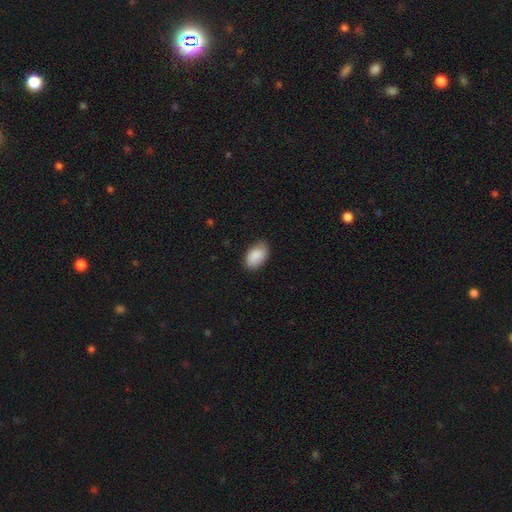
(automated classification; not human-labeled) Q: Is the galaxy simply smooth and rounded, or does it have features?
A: smooth — 87%.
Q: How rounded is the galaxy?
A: in between — 93%.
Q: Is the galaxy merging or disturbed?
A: none — 84%.